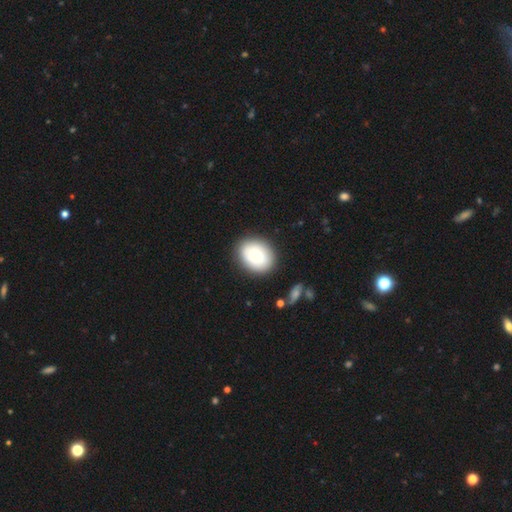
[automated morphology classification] A smooth galaxy with no disk features (78%) that is in between round and cigar-shaped (52%). Merging: none (84%).